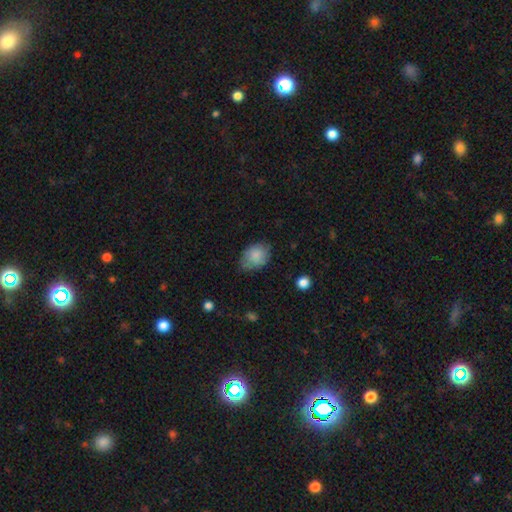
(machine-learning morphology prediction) smooth 80%, featured or disk 12%, star or artifact 7%. Down the decision tree: how rounded — in between (70%); merging — none (62%).